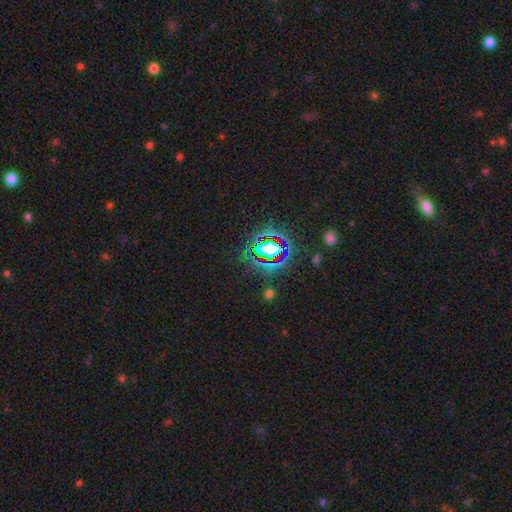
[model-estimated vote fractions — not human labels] Smooth or featured? star or artifact (78%)